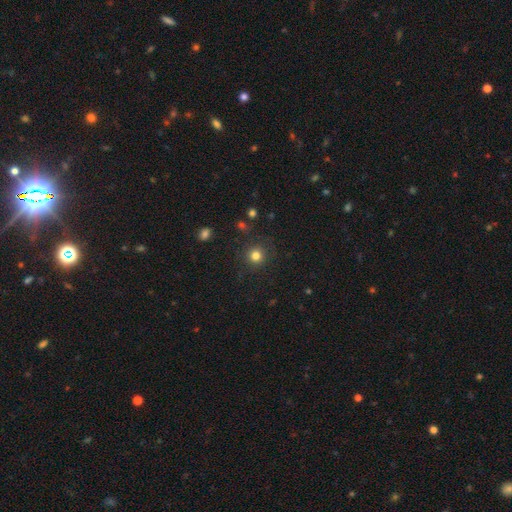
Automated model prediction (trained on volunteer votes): A smooth galaxy with no disk features (81%) that is round (93%).

Vote fractions:
- Smooth or featured? smooth: 81% / star or artifact: 14% / featured or disk: 6%
- How rounded? round: 93% / in between: 6% / cigar-shaped: 1%
- Merging? none: 87% / minor disturbance: 8% / major disturbance: 3% / merger: 2%